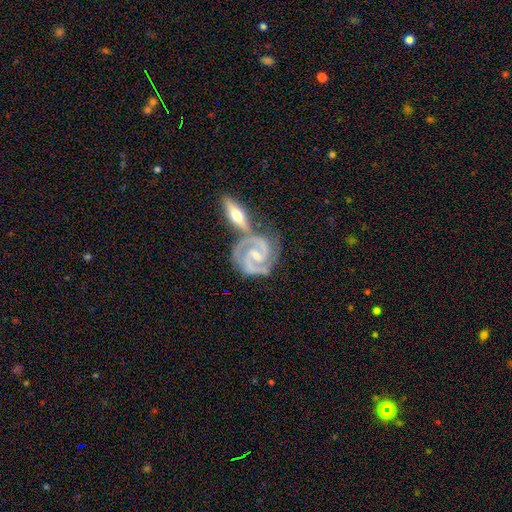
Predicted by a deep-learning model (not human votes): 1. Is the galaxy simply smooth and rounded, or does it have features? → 92% featured or disk, 4% smooth, 4% star or artifact.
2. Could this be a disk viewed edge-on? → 96% no, 4% yes.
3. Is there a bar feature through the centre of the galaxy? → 46% weak, 30% no, 25% strong.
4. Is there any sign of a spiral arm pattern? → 98% yes, 2% no.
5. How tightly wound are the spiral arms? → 55% tight, 40% medium, 5% loose.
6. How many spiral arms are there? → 88% 2, 6% 3, 3% can't tell, 1% 1, 1% 4, 1% more than 4.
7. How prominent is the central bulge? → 59% small, 32% moderate, 6% none, 2% large, 1% dominant.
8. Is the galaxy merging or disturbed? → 53% none, 28% merger, 14% minor disturbance, 5% major disturbance.